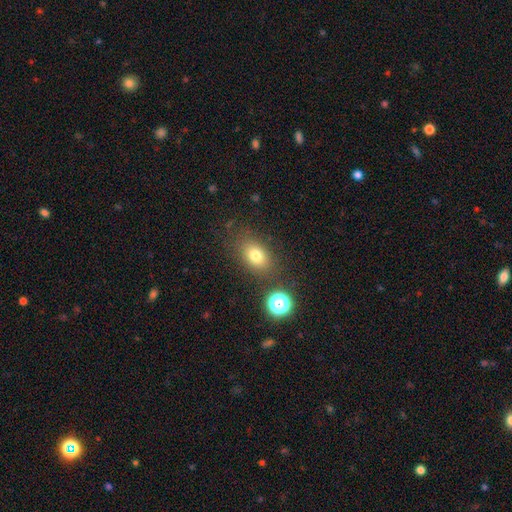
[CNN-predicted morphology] The model was most divided on "how rounded": in between: 74%, round: 24%, cigar-shaped: 2%. More confident: merging — none (78%); smooth or featured — smooth (76%).